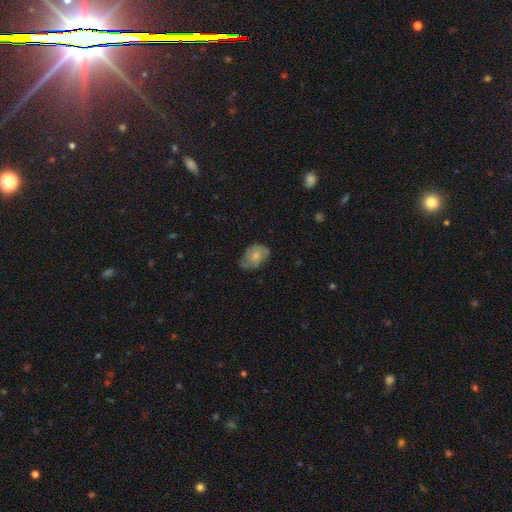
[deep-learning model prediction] This appears to be a smooth galaxy with no disk features (57%) that is in between round and cigar-shaped (79%). Merging: none (53%).